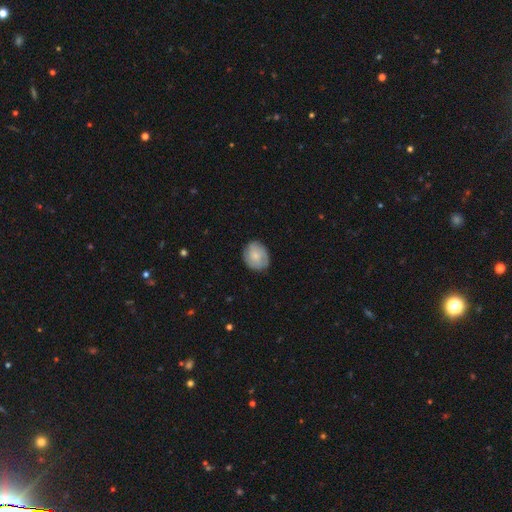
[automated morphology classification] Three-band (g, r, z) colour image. It shows a smooth galaxy with no disk features (65%) that is round (60%). Merging: none (80%).